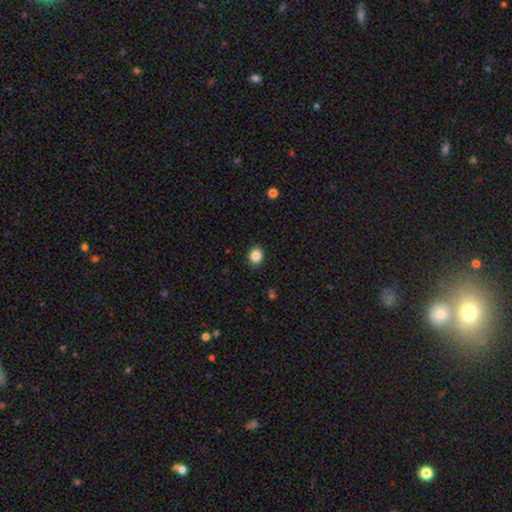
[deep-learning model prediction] The model was most divided on "how rounded": round: 67%, in between: 32%, cigar-shaped: 1%. More confident: merging — none (91%); smooth or featured — smooth (86%).